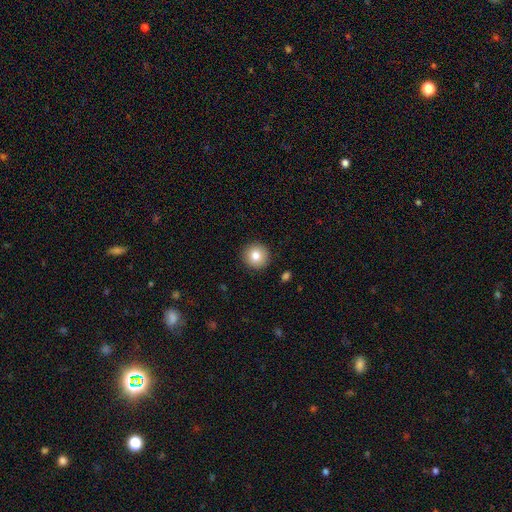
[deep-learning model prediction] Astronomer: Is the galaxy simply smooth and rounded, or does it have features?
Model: smooth — 81%.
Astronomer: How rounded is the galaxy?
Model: round — 95%.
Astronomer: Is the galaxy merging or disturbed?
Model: none — 92%.